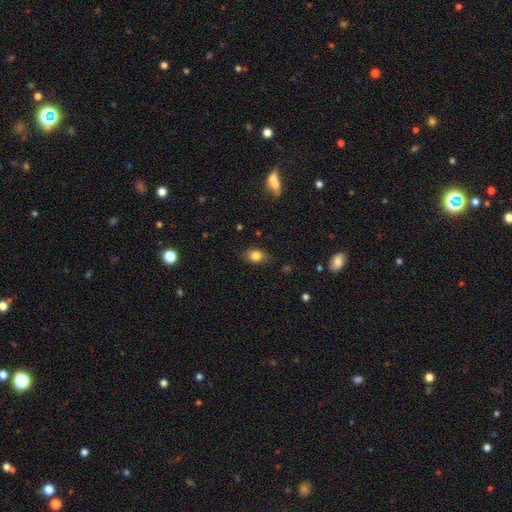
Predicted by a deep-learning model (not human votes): Overall: smooth (81%). How rounded: in between (74%). Merging: none (81%).